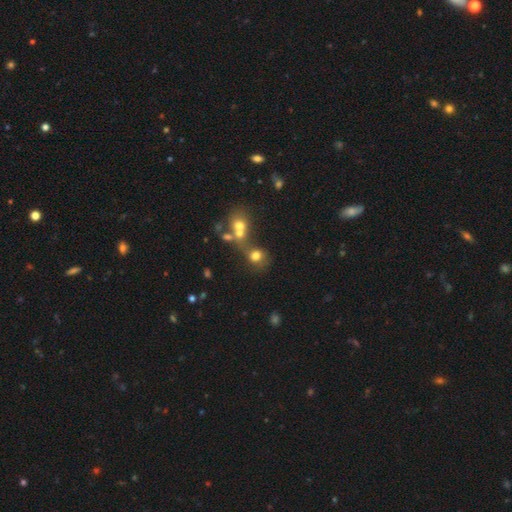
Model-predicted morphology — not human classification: smooth_or_featured: smooth (p=0.70) [alt: star or artifact p=0.16]
how_rounded: round (p=0.75) [alt: in between p=0.24]
merging: merger (p=0.43) [alt: none p=0.37]